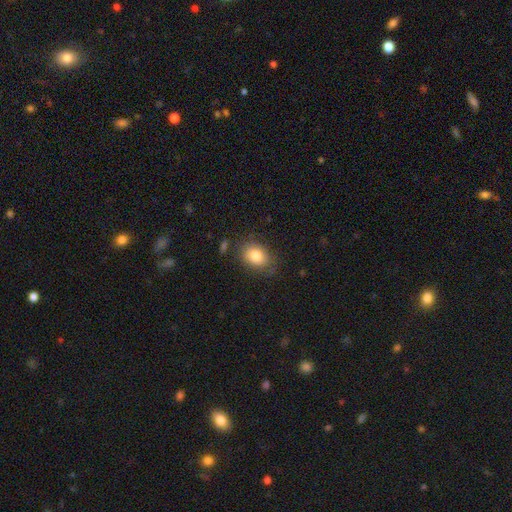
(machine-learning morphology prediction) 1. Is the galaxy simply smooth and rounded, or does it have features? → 81% smooth, 10% featured or disk, 9% star or artifact.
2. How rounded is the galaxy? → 64% in between, 35% round, 1% cigar-shaped.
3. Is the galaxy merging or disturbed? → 75% none, 18% minor disturbance, 5% major disturbance, 2% merger.